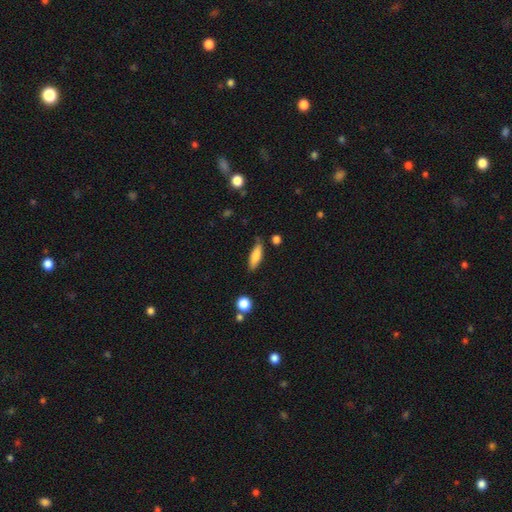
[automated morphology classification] A smooth galaxy with no disk features (80%) that is in between round and cigar-shaped (50%). Merging: none (71%).